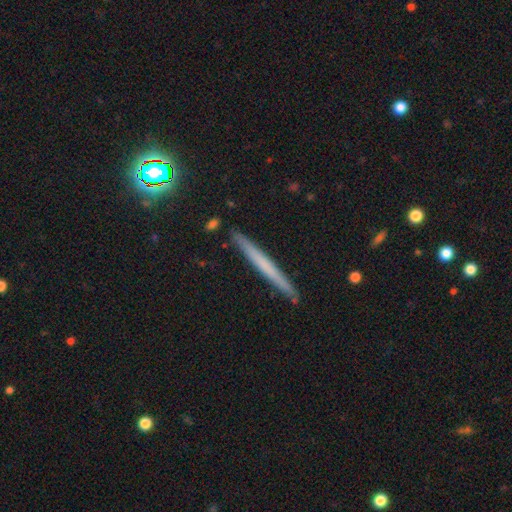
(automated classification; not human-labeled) Morphology: type=smooth (48%); merging=none (90%).